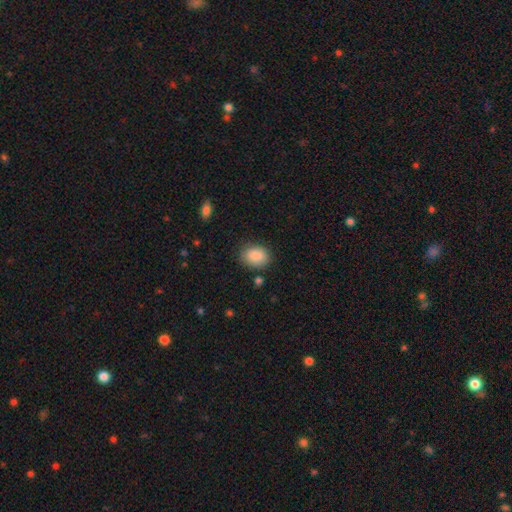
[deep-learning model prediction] smooth-or-featured: smooth: 88% | star or artifact: 7% | featured or disk: 4%
  how-rounded: in between: 68% | round: 31% | cigar-shaped: 1%
  merging: none: 81% | minor disturbance: 13% | major disturbance: 3% | merger: 2%